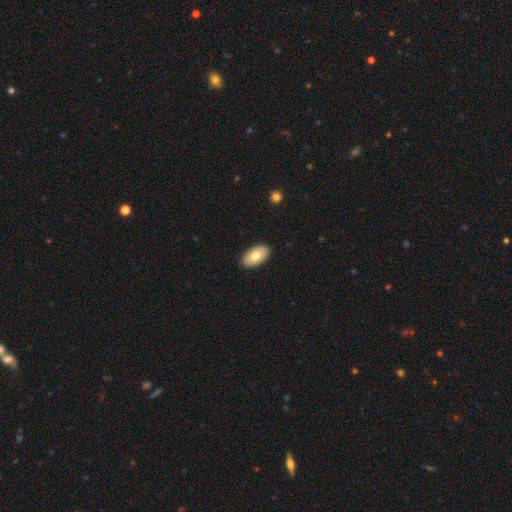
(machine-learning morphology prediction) The model was most divided on "smooth or featured": smooth: 76%, featured or disk: 18%, star or artifact: 6%. More confident: how rounded — in between (95%); merging — none (90%).